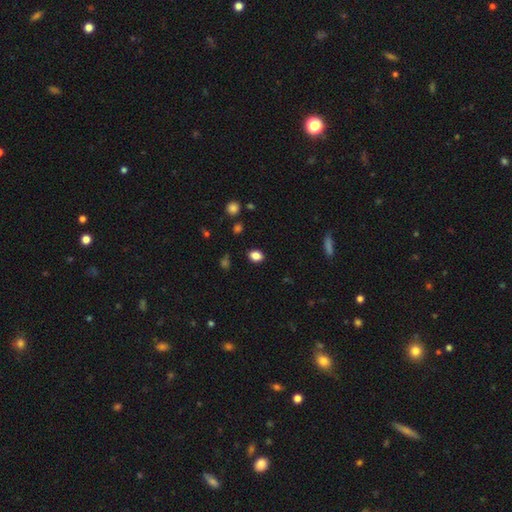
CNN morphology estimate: A smooth galaxy with no disk features (84%) that is in between round and cigar-shaped (66%). Merging: none (87%).